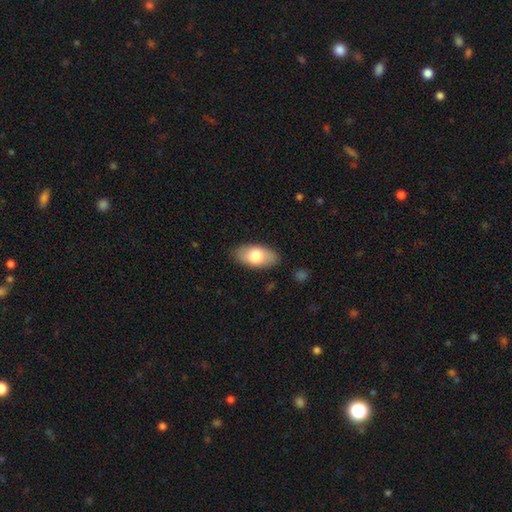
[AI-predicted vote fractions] This appears to be a smooth galaxy with no disk features (79%) that is in between round and cigar-shaped (93%). Merging: none (85%).